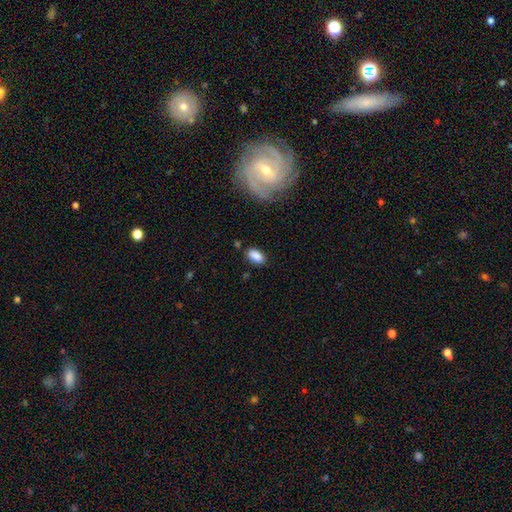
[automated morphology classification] The model was most divided on "merging": none: 81%, minor disturbance: 13%, major disturbance: 3%, merger: 3%. More confident: how rounded — in between (92%); smooth or featured — smooth (87%).